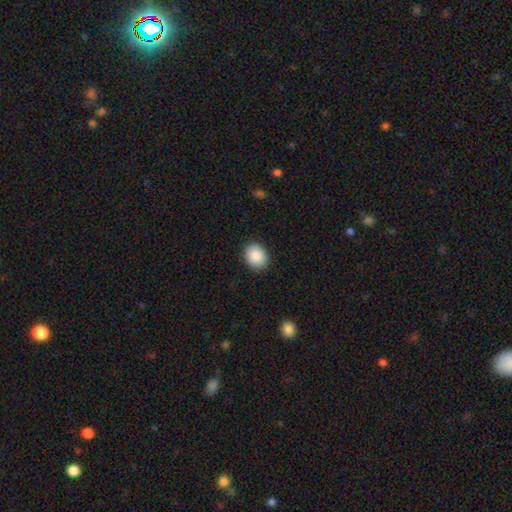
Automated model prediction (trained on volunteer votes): This appears to be a smooth galaxy with no disk features (89%) that is round (51%). Merging: none (88%).